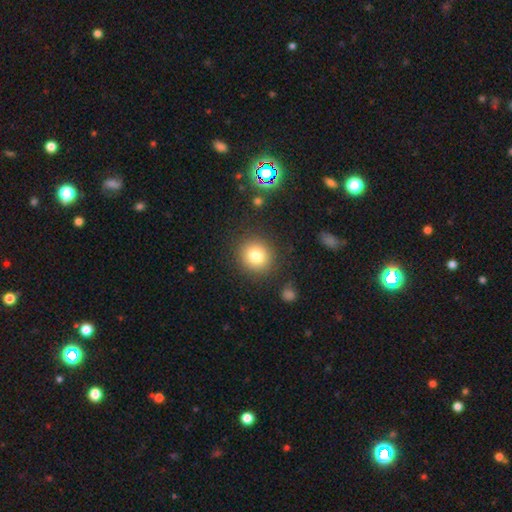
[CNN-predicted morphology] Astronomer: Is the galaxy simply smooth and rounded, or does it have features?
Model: smooth — 79%.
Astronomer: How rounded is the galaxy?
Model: round — 88%.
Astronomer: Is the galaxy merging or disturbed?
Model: none — 87%.